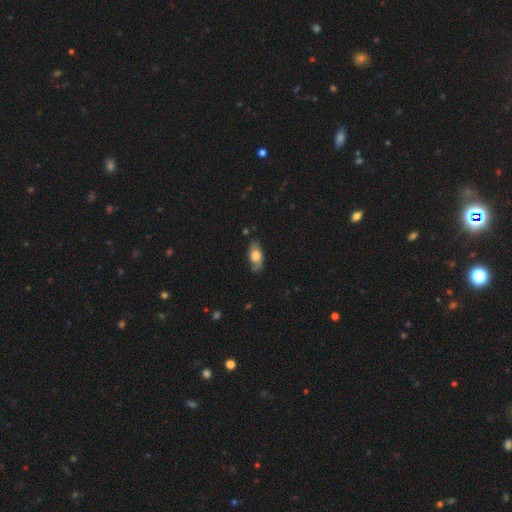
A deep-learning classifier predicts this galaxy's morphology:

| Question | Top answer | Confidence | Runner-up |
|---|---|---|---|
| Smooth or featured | smooth | 48% | featured or disk (45%) |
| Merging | none | 67% | minor disturbance (23%) |